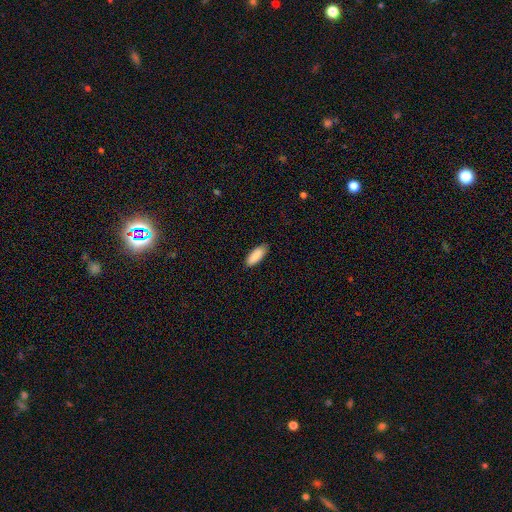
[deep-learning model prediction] smooth 91%, star or artifact 6%, featured or disk 4%. Down the decision tree: how rounded — in between (78%); merging — none (87%).